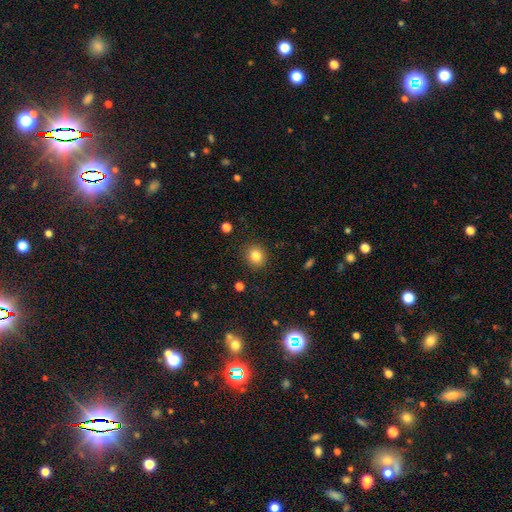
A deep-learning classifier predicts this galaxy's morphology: The model was most divided on "how rounded": round: 83%, in between: 16%, cigar-shaped: 1%. More confident: merging — none (89%); smooth or featured — smooth (83%).